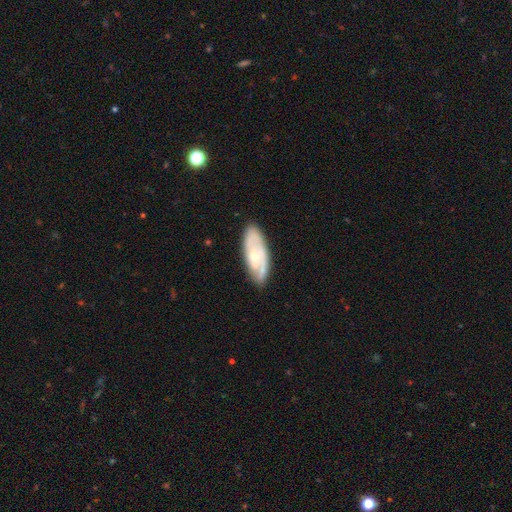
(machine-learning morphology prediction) Q: Smooth or featured?
A: featured or disk (69%); runner-up: smooth (25%)
Q: Edge-on disk?
A: no (87%); runner-up: yes (13%)
Q: Bar?
A: no (73%); runner-up: weak (23%)
Q: Spiral arms?
A: yes (81%); runner-up: no (19%)
Q: Bulge size?
A: small (50%); runner-up: moderate (46%)
Q: Merging?
A: none (77%); runner-up: minor disturbance (18%)